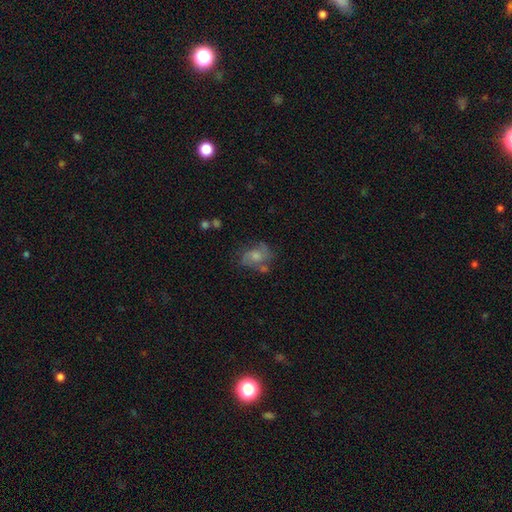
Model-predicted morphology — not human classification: A featured or disk galaxy (45%). Merging: none (45%).